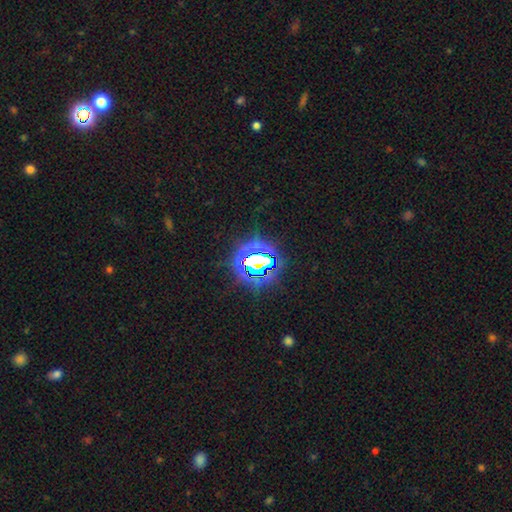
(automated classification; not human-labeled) Smooth or featured: star or artifact — 75% (smooth — 14%)